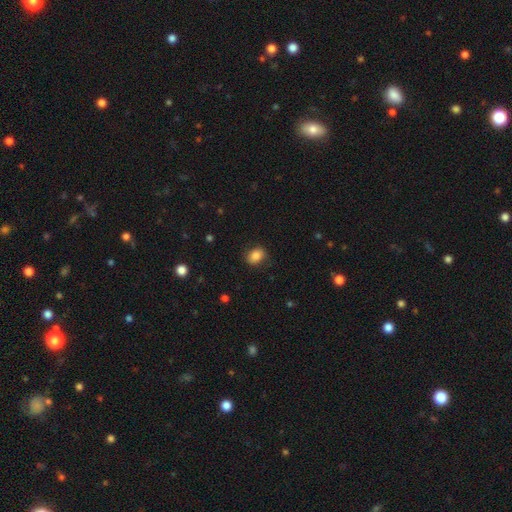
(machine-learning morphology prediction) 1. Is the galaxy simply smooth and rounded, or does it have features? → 84% smooth, 9% star or artifact, 7% featured or disk.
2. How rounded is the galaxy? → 59% in between, 40% round, 1% cigar-shaped.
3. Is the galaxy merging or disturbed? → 81% none, 14% minor disturbance, 4% major disturbance, 1% merger.